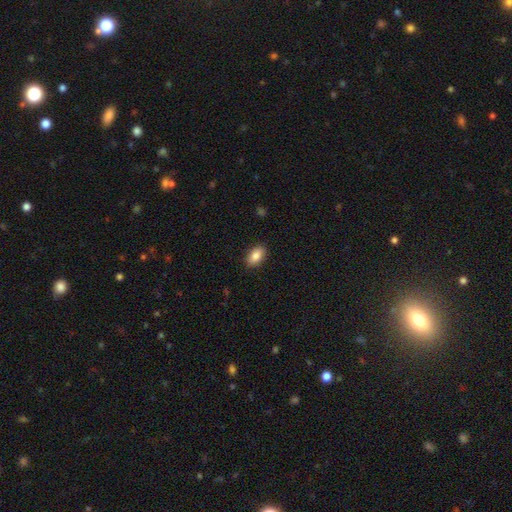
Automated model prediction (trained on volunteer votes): This appears to be a smooth galaxy with no disk features (86%) that is in between round and cigar-shaped (91%). Merging: none (89%).